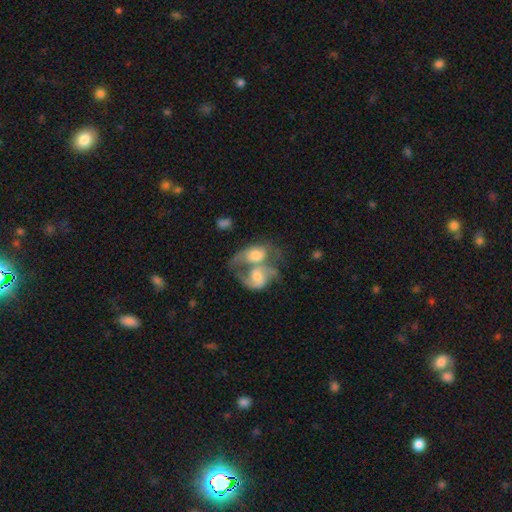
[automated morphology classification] Smooth or featured? featured or disk (48%)
Merging? merger (77%)